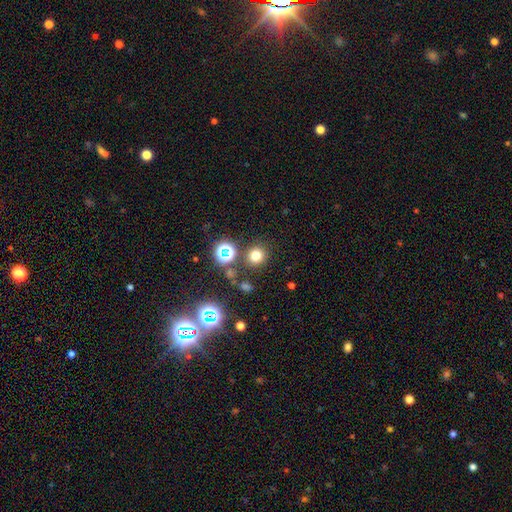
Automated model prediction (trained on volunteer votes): Q: Smooth or featured?
A: smooth (71%); runner-up: star or artifact (22%)
Q: How rounded?
A: round (90%); runner-up: in between (9%)
Q: Merging?
A: none (84%); runner-up: minor disturbance (7%)